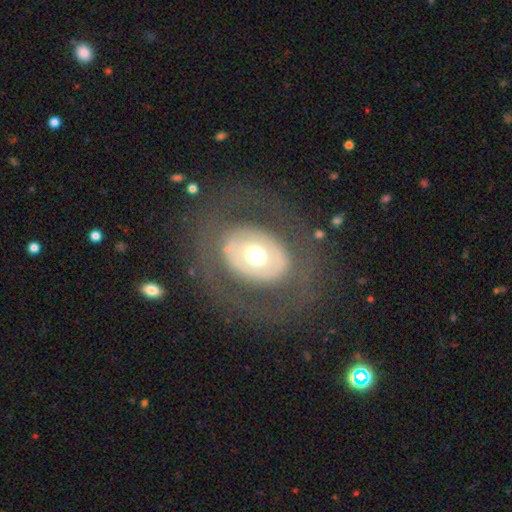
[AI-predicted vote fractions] featured or disk 53%, smooth 40%, star or artifact 7%. Down the decision tree: edge-on disk — no (93%); merging — none (76%).